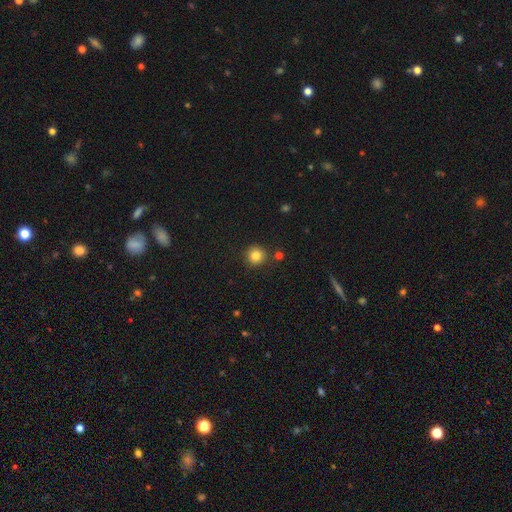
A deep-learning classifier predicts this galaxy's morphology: smooth-or-featured: smooth: 83% | star or artifact: 11% | featured or disk: 6%
  how-rounded: round: 93% | in between: 6% | cigar-shaped: 1%
  merging: none: 87% | minor disturbance: 7% | merger: 4% | major disturbance: 2%